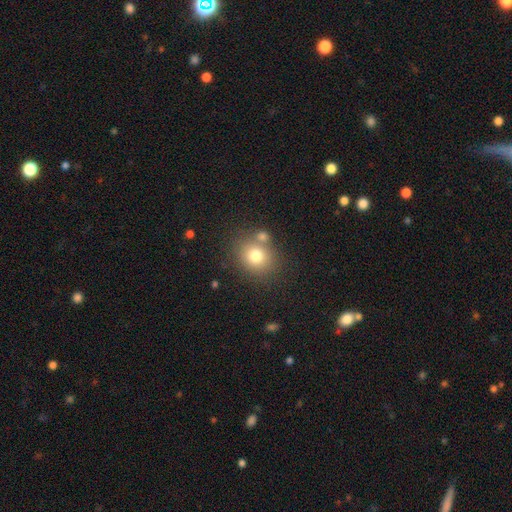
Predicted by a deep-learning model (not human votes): smooth-or-featured: smooth: 76% | star or artifact: 12% | featured or disk: 12%
  how-rounded: round: 71% | in between: 28% | cigar-shaped: 1%
  merging: none: 67% | merger: 18% | minor disturbance: 11% | major disturbance: 4%